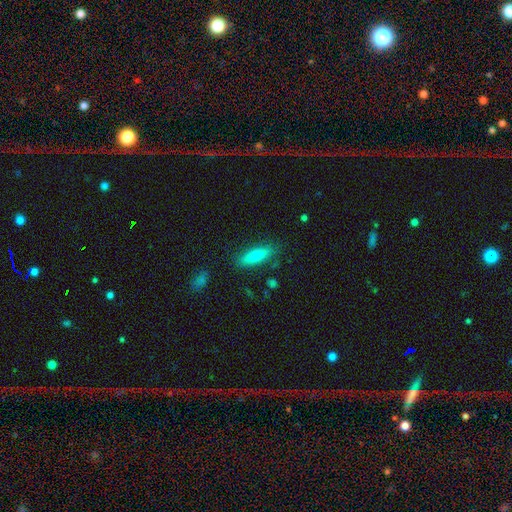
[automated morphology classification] Smooth or featured? Predicted: smooth (p=0.64). How rounded? Predicted: cigar-shaped (p=0.61). Merging? Predicted: none (p=0.84).